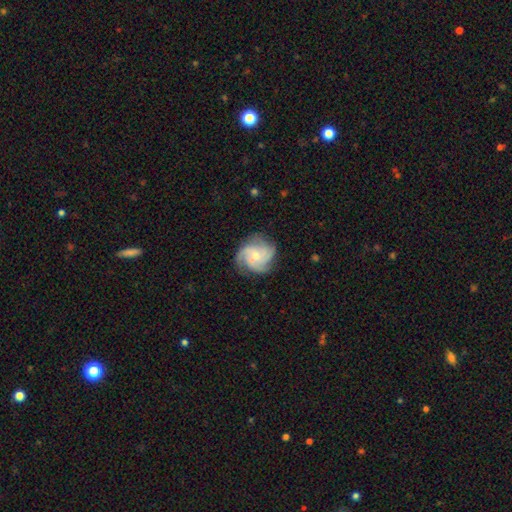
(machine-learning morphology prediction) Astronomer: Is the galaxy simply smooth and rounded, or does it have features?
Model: featured or disk — 80%.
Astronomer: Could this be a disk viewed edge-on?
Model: no — 98%.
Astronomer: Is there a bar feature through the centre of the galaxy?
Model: no — 67%.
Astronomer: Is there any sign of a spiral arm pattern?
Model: yes — 95%.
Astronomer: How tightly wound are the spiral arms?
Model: medium — 44% (runner-up: tight, 41%).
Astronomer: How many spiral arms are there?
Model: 3 — 36% (runner-up: 4, 32%).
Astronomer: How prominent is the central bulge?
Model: small — 63%.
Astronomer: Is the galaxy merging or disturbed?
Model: none — 71%.